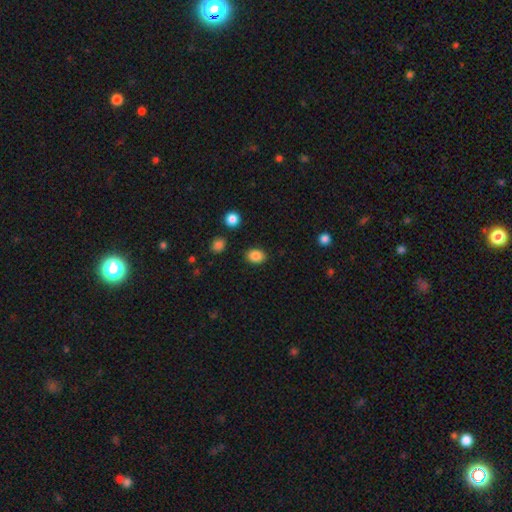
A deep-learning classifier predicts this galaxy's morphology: Smooth or featured: smooth — 87% (star or artifact — 9%)
How rounded: in between — 65% (round — 34%)
Merging: none — 88% (minor disturbance — 8%)